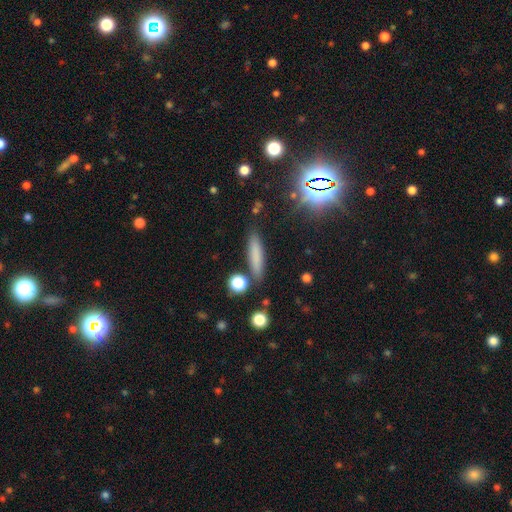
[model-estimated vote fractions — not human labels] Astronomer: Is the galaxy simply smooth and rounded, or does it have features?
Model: smooth — 73%.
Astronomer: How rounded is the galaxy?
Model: cigar-shaped — 82%.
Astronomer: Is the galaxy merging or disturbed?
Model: none — 83%.